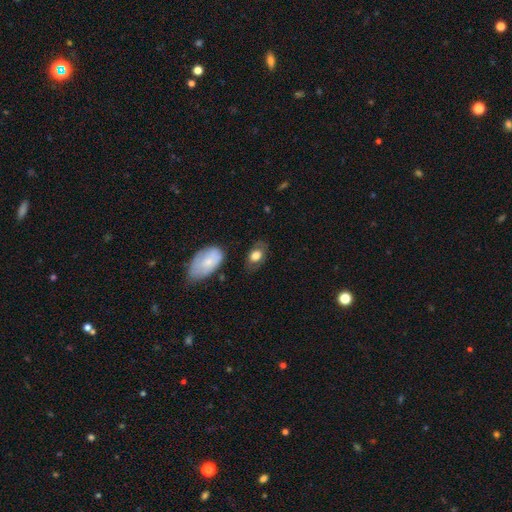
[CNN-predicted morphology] This is likely a smooth galaxy (68%). How rounded: clearly in between (82%). Merging: likely none (69%).